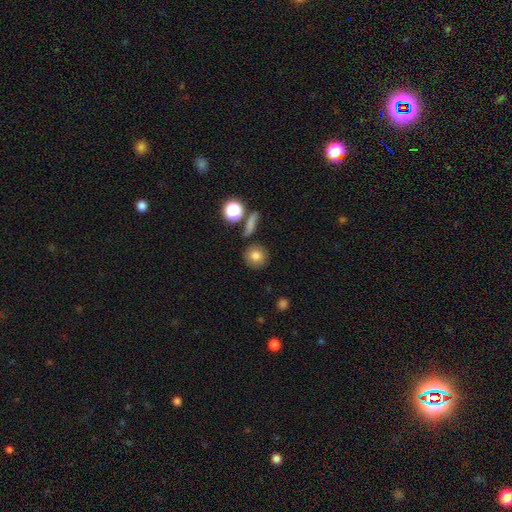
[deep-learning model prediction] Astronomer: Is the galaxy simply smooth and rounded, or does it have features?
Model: smooth — 80%.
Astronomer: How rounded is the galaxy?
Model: round — 90%.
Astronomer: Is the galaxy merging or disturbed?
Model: none — 82%.